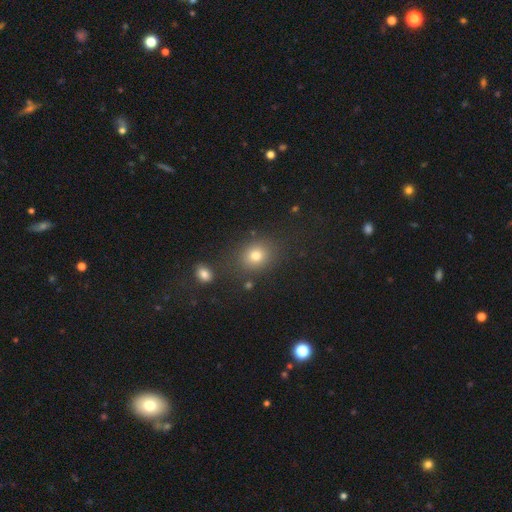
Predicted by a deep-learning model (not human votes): Morphology: type=smooth (76%); roundness=round (61%); merging=none (80%).